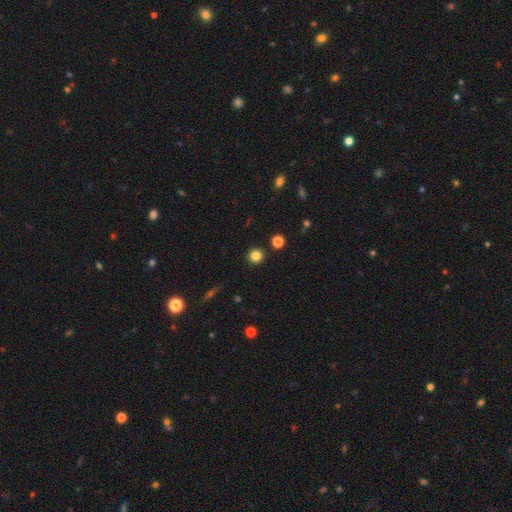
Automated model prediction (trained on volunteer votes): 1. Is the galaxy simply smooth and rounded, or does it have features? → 83% smooth, 12% star or artifact, 5% featured or disk.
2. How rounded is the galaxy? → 94% round, 5% in between, 1% cigar-shaped.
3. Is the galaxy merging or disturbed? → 91% none, 5% minor disturbance, 2% merger, 2% major disturbance.